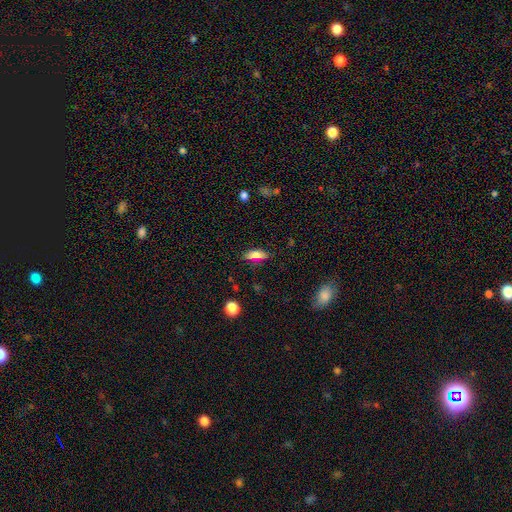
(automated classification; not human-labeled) A smooth galaxy with no disk features (70%) that is in between round and cigar-shaped (68%). Merging: none (82%).